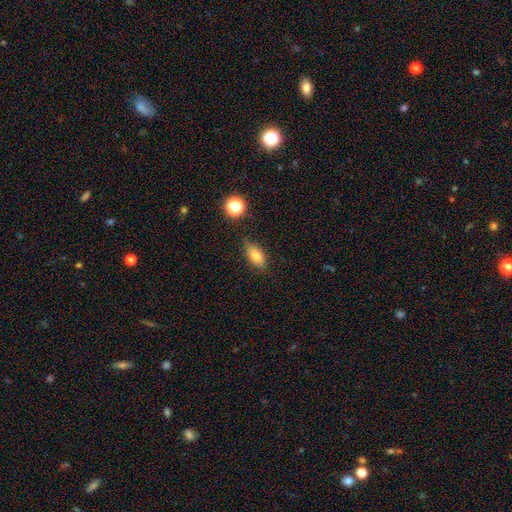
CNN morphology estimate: Smooth or featured? Predicted: smooth (p=0.79). How rounded? Predicted: in between (p=0.83). Merging? Predicted: none (p=0.78).